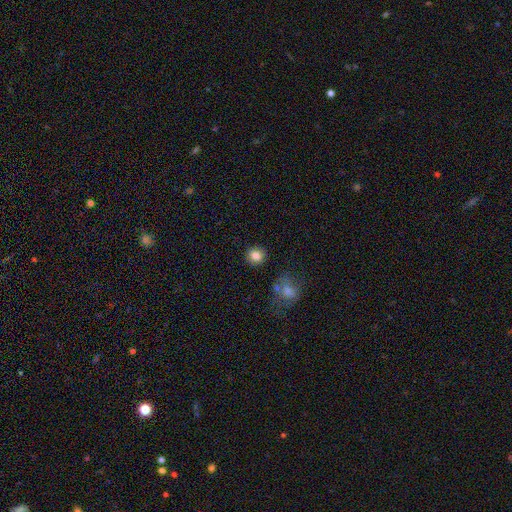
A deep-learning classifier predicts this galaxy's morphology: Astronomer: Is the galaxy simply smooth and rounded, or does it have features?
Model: smooth — 83%.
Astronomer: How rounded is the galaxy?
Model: round — 86%.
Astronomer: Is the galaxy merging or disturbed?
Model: none — 87%.